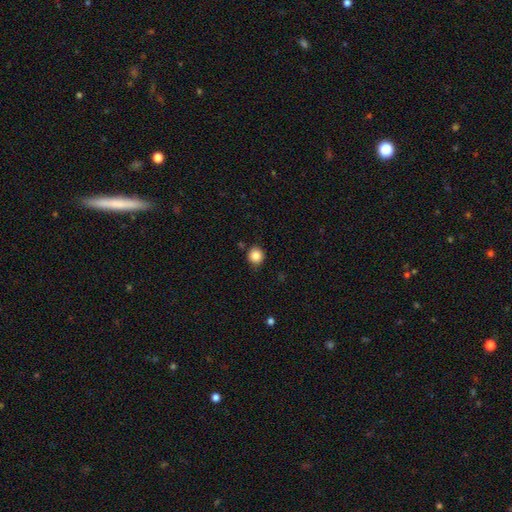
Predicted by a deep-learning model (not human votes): Q: Smooth or featured?
A: smooth (85%); runner-up: star or artifact (10%)
Q: How rounded?
A: round (91%); runner-up: in between (8%)
Q: Merging?
A: none (85%); runner-up: minor disturbance (10%)